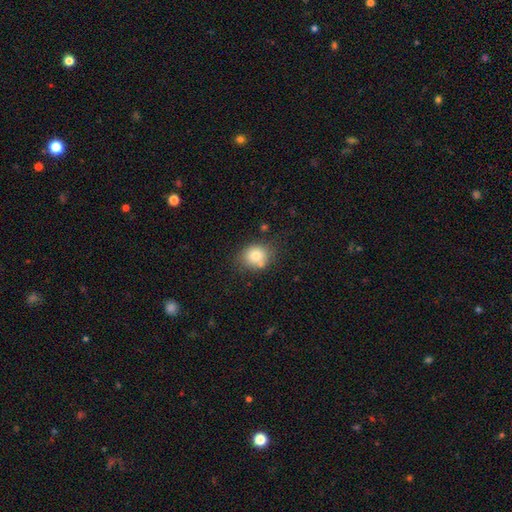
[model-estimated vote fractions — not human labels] Smooth or featured?
  - smooth: 77% *
  - featured or disk: 12%
  - star or artifact: 11%
How rounded?
  - round: 72% *
  - in between: 27%
  - cigar-shaped: 1%
Merging?
  - none: 70% *
  - minor disturbance: 15%
  - merger: 10%
  - major disturbance: 5%